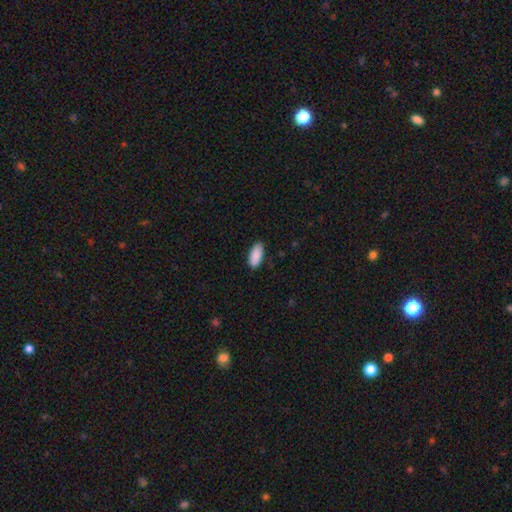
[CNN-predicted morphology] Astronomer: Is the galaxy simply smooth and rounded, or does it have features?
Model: smooth — 91%.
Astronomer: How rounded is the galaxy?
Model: in between — 90%.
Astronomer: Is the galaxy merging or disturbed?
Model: none — 88%.